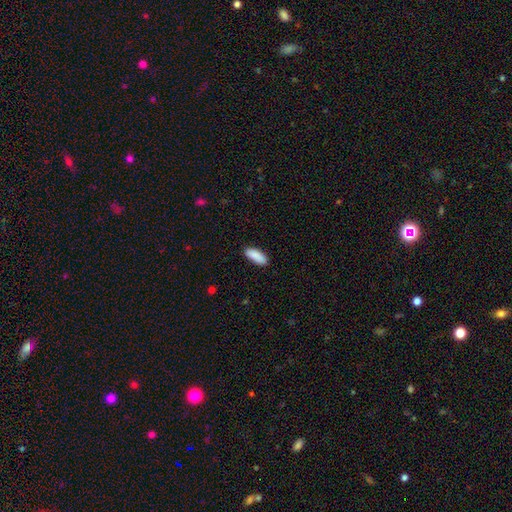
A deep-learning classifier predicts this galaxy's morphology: smooth-or-featured: smooth: 90% | star or artifact: 6% | featured or disk: 4%
  how-rounded: in between: 72% | cigar-shaped: 27% | round: 2%
  merging: none: 88% | minor disturbance: 9% | major disturbance: 2% | merger: 1%